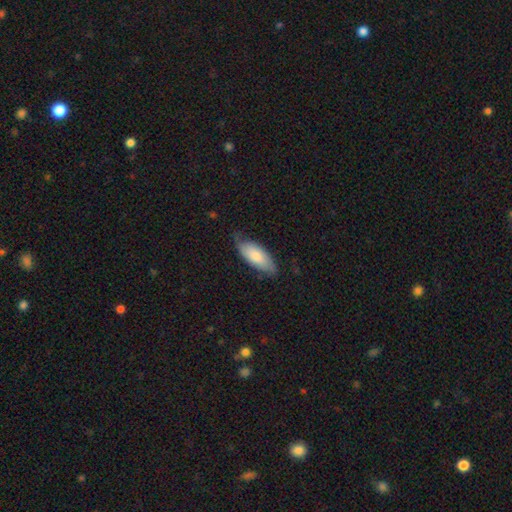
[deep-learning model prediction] Morphology: type=smooth (75%); roundness=in between (83%); merging=none (65%).